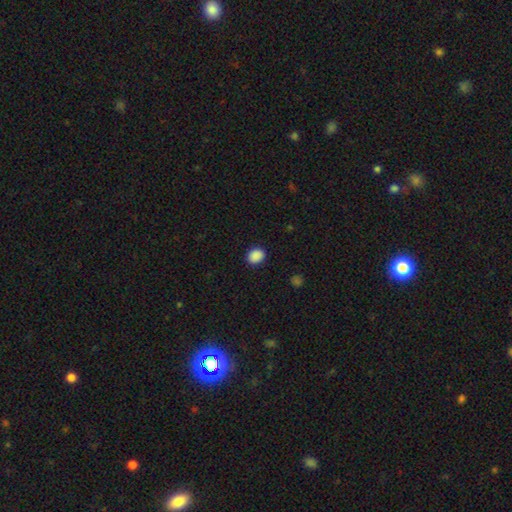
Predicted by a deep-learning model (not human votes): Q: Smooth or featured?
A: smooth (89%); runner-up: star or artifact (9%)
Q: How rounded?
A: round (51%); runner-up: in between (48%)
Q: Merging?
A: none (89%); runner-up: minor disturbance (7%)